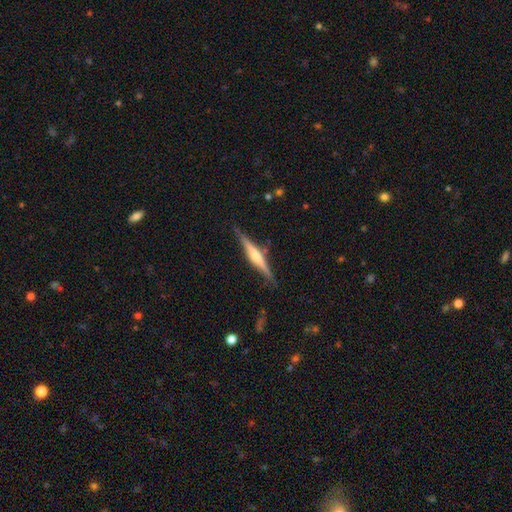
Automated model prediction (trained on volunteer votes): Morphology: type=featured or disk (70%); edge-on=yes (97%); edge-on bulge=rounded (75%); merging=none (85%).